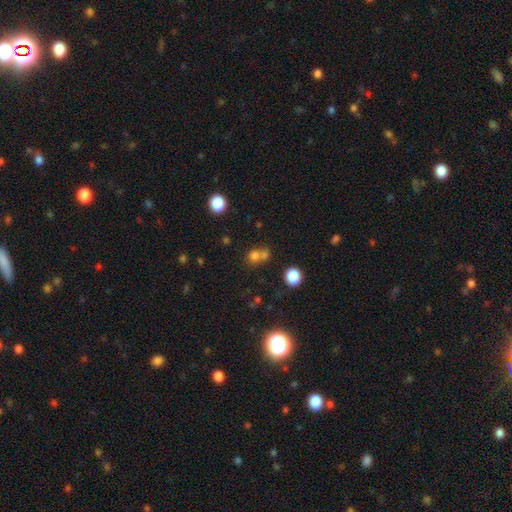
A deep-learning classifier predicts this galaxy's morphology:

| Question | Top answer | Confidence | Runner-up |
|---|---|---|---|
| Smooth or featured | smooth | 72% | star or artifact (18%) |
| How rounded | round | 78% | in between (21%) |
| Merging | merger | 46% | none (43%) |